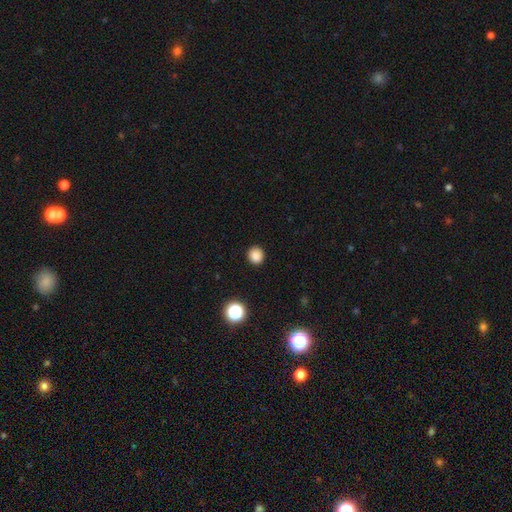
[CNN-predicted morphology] smooth-or-featured: smooth: 85% | star or artifact: 12% | featured or disk: 3%
  how-rounded: round: 88% | in between: 11% | cigar-shaped: 1%
  merging: none: 91% | minor disturbance: 6% | major disturbance: 2% | merger: 1%